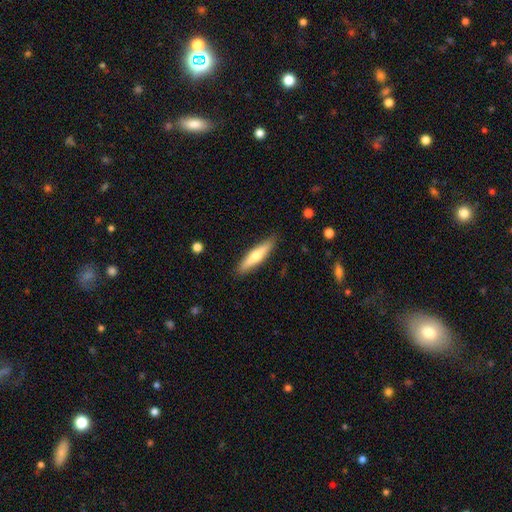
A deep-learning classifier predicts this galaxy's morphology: The model was most divided on "smooth or featured": smooth: 57%, featured or disk: 38%, star or artifact: 5%. More confident: merging — none (88%); how rounded — cigar-shaped (81%).